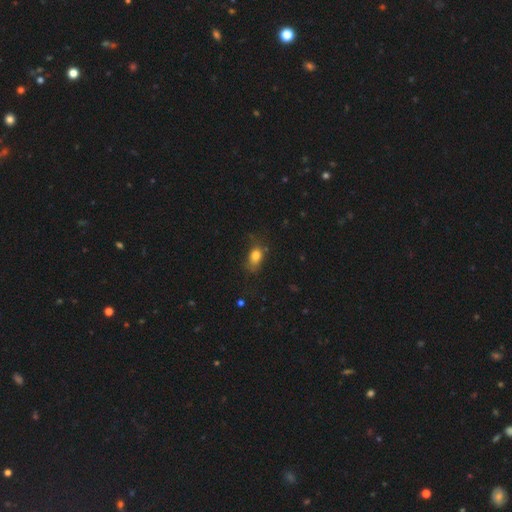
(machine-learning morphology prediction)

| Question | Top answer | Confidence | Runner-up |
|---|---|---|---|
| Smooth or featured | smooth | 79% | star or artifact (11%) |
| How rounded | in between | 74% | round (23%) |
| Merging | none | 58% | minor disturbance (28%) |